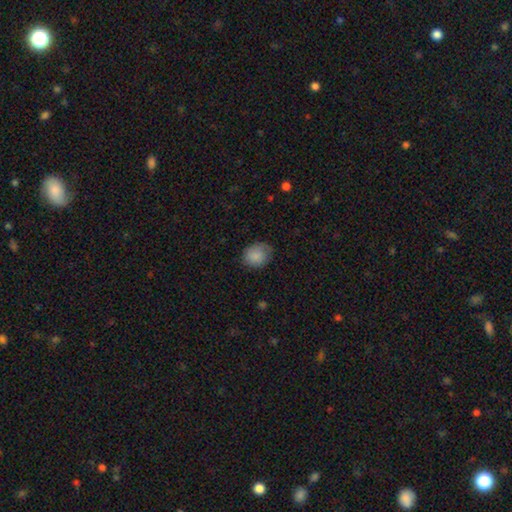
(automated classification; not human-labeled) Overall: smooth (86%). How rounded: round (58%; in between 42%). Merging: none (72%).